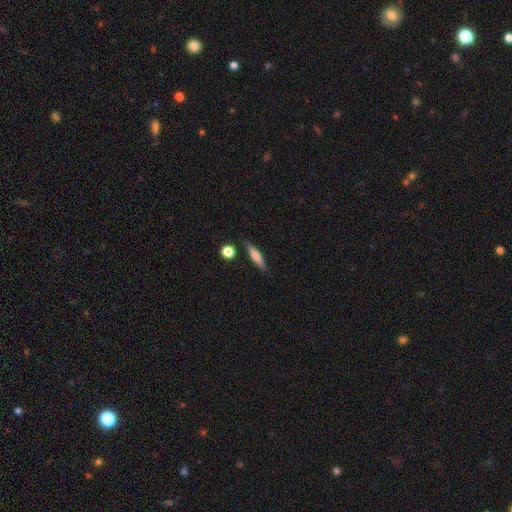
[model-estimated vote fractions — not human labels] smooth-or-featured: smooth: 57% | featured or disk: 36% | star or artifact: 7%
  how-rounded: cigar-shaped: 79% | in between: 18% | round: 3%
  merging: none: 82% | minor disturbance: 11% | merger: 4% | major disturbance: 3%